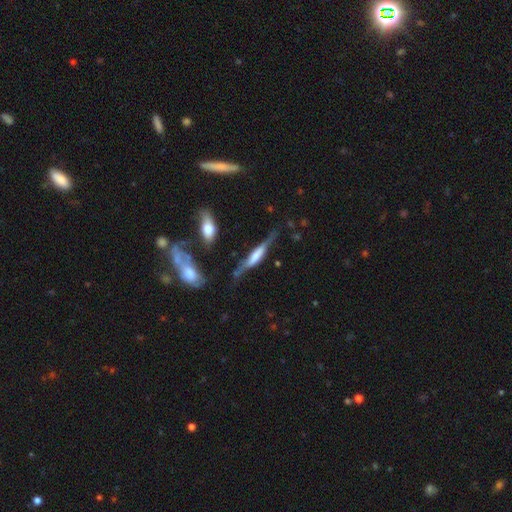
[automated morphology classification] smooth_or_featured: featured or disk (p=0.66) [alt: smooth p=0.27]
disk_edge_on: yes (p=0.88) [alt: no p=0.12]
edge_on_bulge: boxy (p=0.56) [alt: rounded p=0.32]
merging: none (p=0.58) [alt: minor disturbance p=0.26]